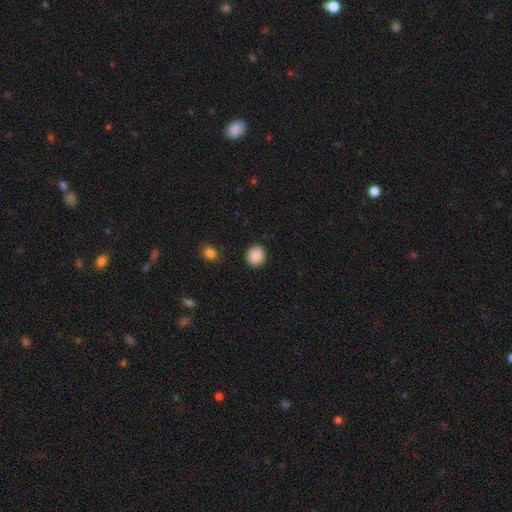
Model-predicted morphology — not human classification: smooth-or-featured: smooth: 89% | star or artifact: 8% | featured or disk: 3%
  how-rounded: round: 79% | in between: 20% | cigar-shaped: 1%
  merging: none: 91% | minor disturbance: 5% | major disturbance: 2% | merger: 1%